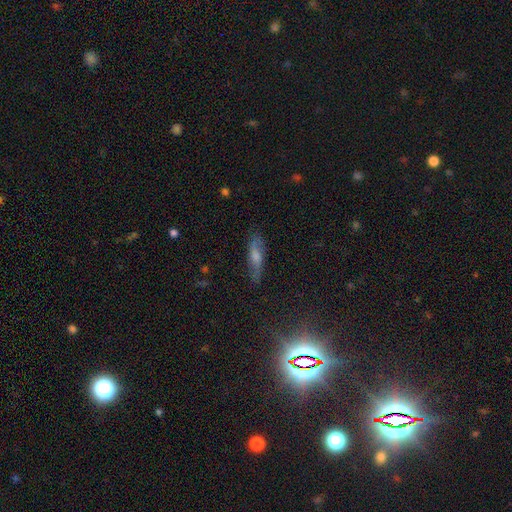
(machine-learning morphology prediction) The model was most divided on "smooth or featured": featured or disk: 45%, smooth: 39%, star or artifact: 16%. More confident: merging — none (77%).